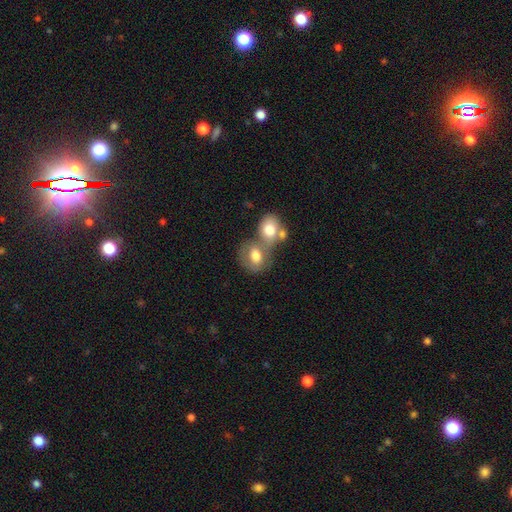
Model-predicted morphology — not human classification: smooth 69%, featured or disk 23%, star or artifact 8%. Down the decision tree: how rounded — in between (54%); merging — merger (60%).